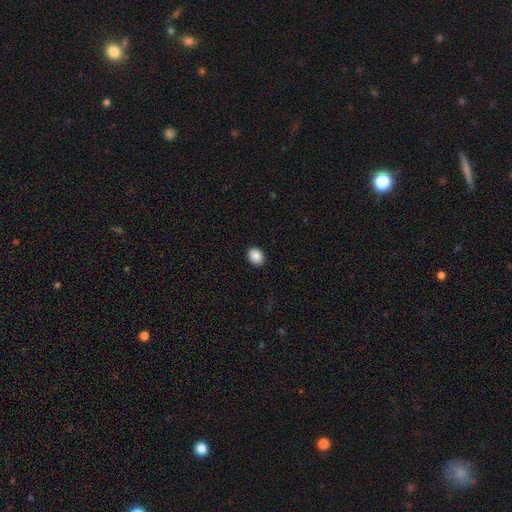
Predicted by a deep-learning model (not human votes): Smooth or featured? Predicted: smooth (p=0.89). How rounded? Predicted: in between (p=0.58). Merging? Predicted: none (p=0.90).